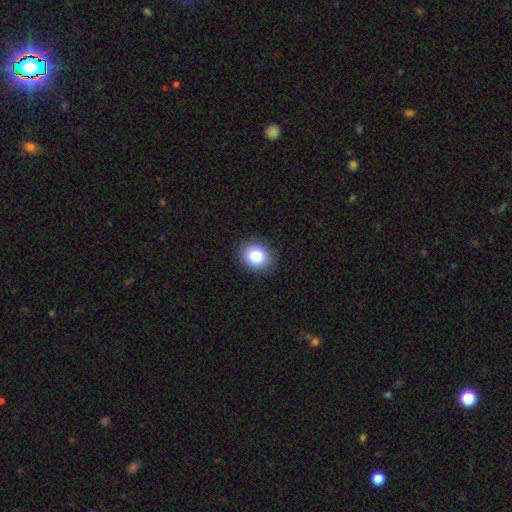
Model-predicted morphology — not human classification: A smooth galaxy with no disk features (83%) that is round (74%).

Vote fractions:
- Smooth or featured? smooth: 83% / star or artifact: 10% / featured or disk: 7%
- How rounded? round: 74% / in between: 25% / cigar-shaped: 1%
- Merging? none: 90% / minor disturbance: 7% / major disturbance: 2% / merger: 1%